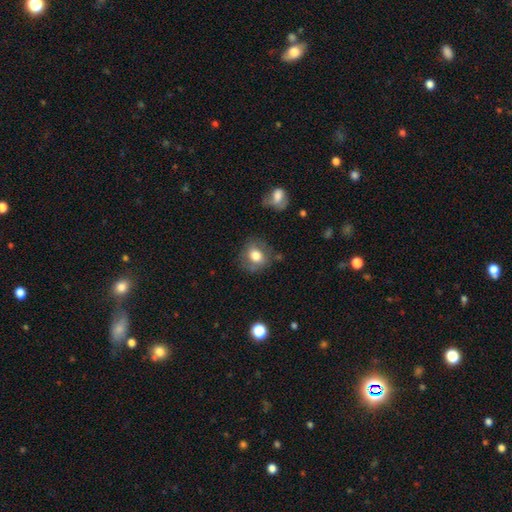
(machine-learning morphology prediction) This appears to be a smooth galaxy with no disk features (75%) that is round (69%). Merging: none (71%).